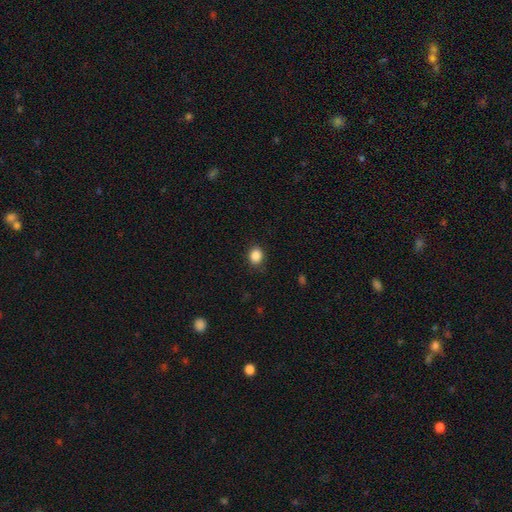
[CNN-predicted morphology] Overall: smooth (87%). How rounded: round (60%; in between 39%). Merging: none (86%).